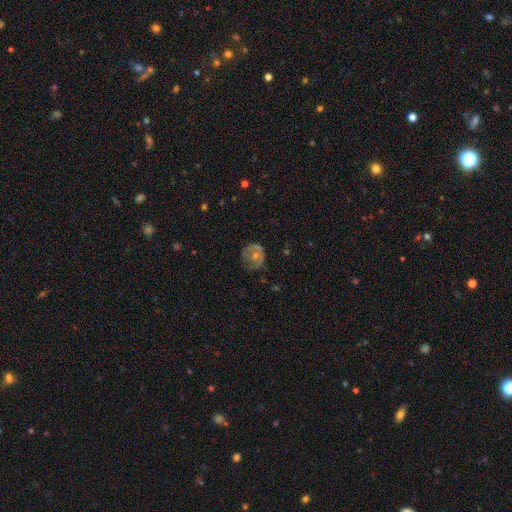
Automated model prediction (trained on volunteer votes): Smooth or featured?
  - featured or disk: 53% *
  - smooth: 35%
  - star or artifact: 12%
Edge-on disk?
  - no: 97% *
  - yes: 3%
Bar?
  - no: 84% *
  - weak: 13%
  - strong: 3%
Spiral arms?
  - no: 56% *
  - yes: 44%
Bulge size?
  - small: 50% *
  - moderate: 44%
  - none: 3%
  - large: 2%
  - dominant: 1%
Merging?
  - none: 59% *
  - minor disturbance: 24%
  - major disturbance: 16%
  - merger: 2%